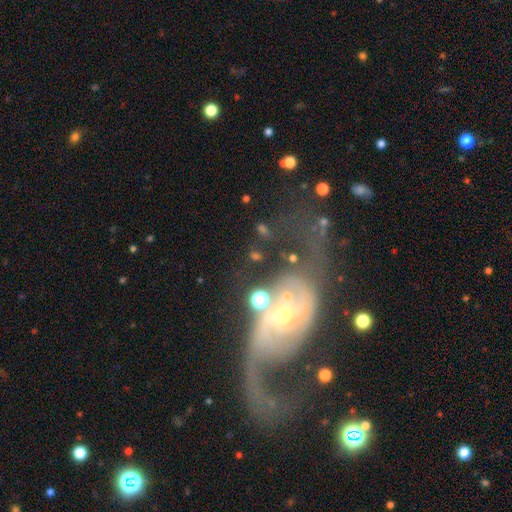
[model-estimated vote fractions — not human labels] Q: Smooth or featured?
A: featured or disk (60%); runner-up: smooth (25%)
Q: Edge-on disk?
A: no (92%); runner-up: yes (8%)
Q: Bar?
A: no (54%); runner-up: weak (30%)
Q: Spiral arms?
A: yes (69%); runner-up: no (31%)
Q: Bulge size?
A: moderate (50%); runner-up: small (41%)
Q: Merging?
A: none (35%); runner-up: major disturbance (28%)